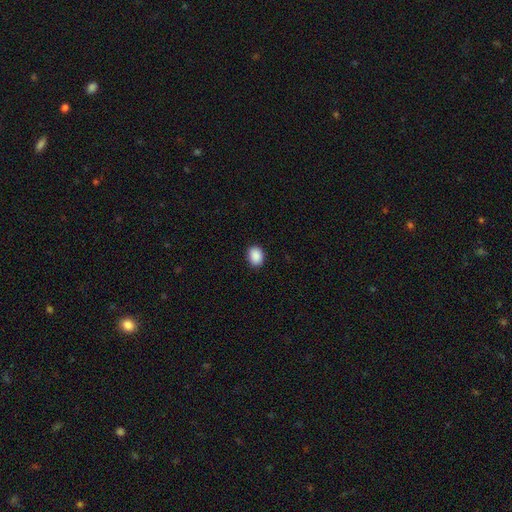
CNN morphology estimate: Smooth or featured: smooth — 90% (star or artifact — 8%)
How rounded: in between — 69% (round — 30%)
Merging: none — 89% (minor disturbance — 8%)